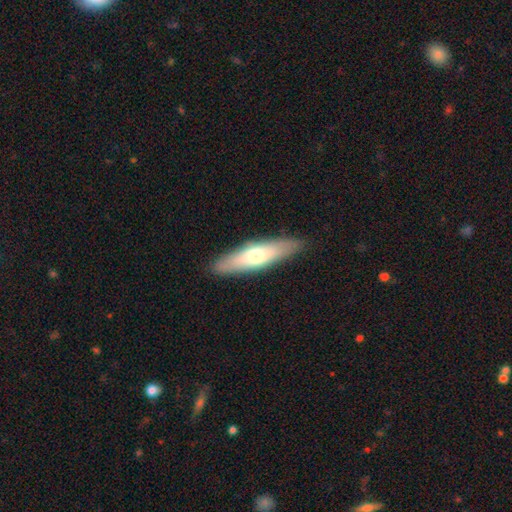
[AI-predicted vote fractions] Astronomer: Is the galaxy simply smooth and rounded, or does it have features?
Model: smooth — 59% (runner-up: featured or disk, 36%).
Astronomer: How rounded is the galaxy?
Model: cigar-shaped — 72%.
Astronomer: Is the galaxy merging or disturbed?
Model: none — 89%.